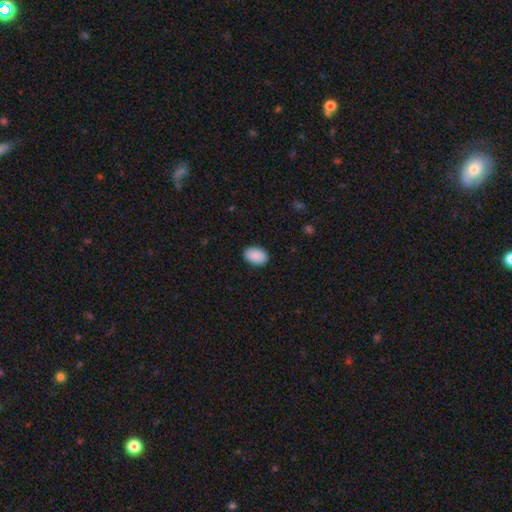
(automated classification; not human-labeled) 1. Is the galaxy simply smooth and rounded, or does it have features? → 90% smooth, 6% star or artifact, 4% featured or disk.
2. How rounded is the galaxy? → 85% in between, 14% round, 1% cigar-shaped.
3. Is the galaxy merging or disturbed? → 89% none, 8% minor disturbance, 2% major disturbance, 1% merger.